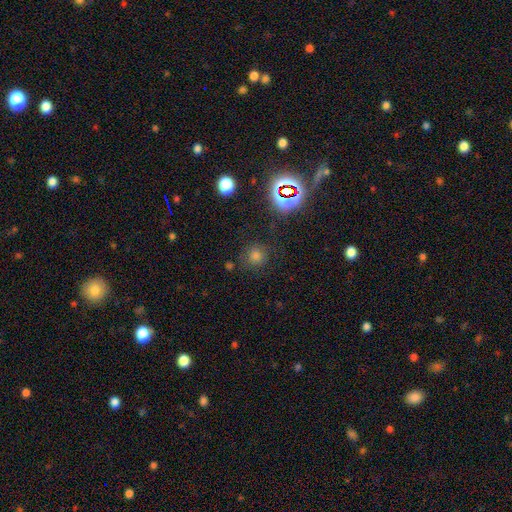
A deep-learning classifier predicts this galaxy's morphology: Smooth or featured: smooth — 62% (star or artifact — 31%)
How rounded: round — 91% (in between — 8%)
Merging: none — 83% (minor disturbance — 10%)